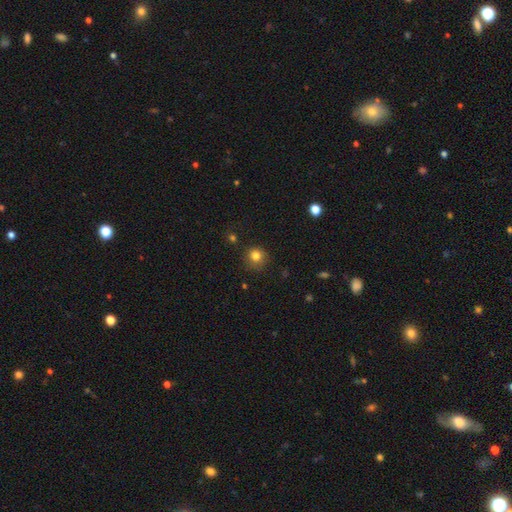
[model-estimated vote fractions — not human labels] Overall: smooth (81%). How rounded: round (90%). Merging: none (81%).